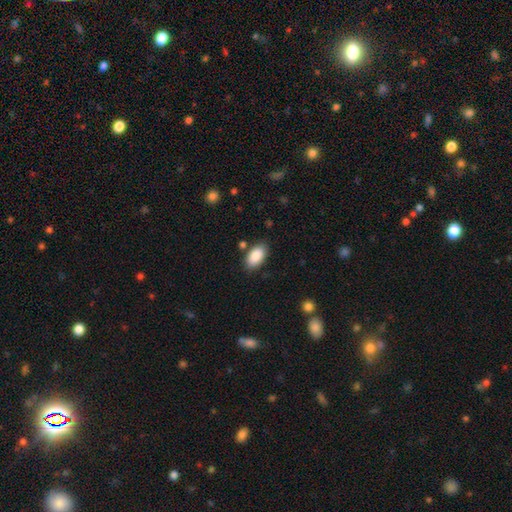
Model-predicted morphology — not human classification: Smooth or featured?
  - smooth: 88% *
  - star or artifact: 7%
  - featured or disk: 5%
How rounded?
  - in between: 94% *
  - round: 3%
  - cigar-shaped: 2%
Merging?
  - none: 83% *
  - minor disturbance: 11%
  - merger: 3%
  - major disturbance: 3%